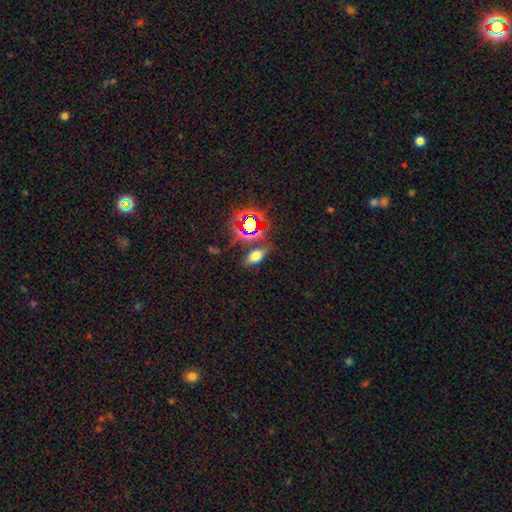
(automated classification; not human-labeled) The model was most divided on "smooth or featured": smooth: 62%, star or artifact: 26%, featured or disk: 12%. More confident: how rounded — in between (84%); merging — none (79%).